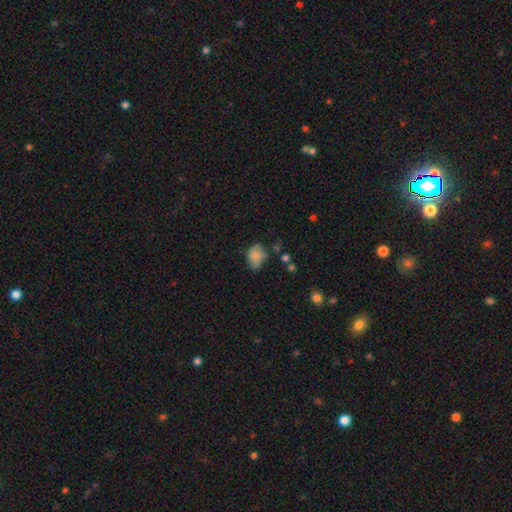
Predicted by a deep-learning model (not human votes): Smooth or featured? smooth (75%)
How rounded? in between (61%)
Merging? none (47%)